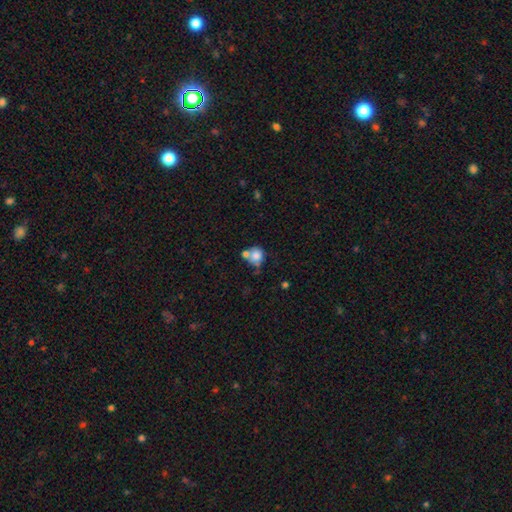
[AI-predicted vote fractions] A smooth galaxy with no disk features (77%) that is round (82%). Merging: none (40%).